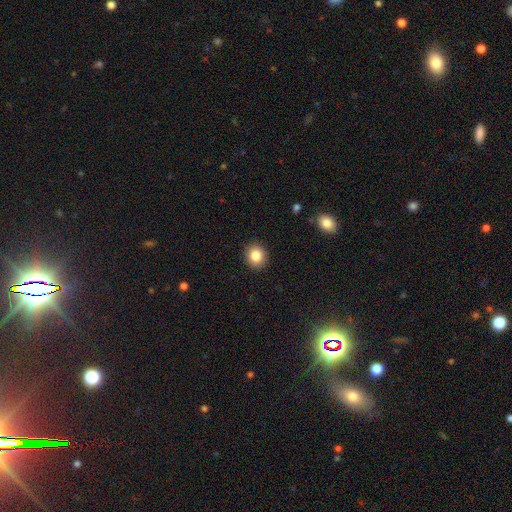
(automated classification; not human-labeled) A smooth galaxy with no disk features (85%) that is round (80%).

Vote fractions:
- Smooth or featured? smooth: 85% / star or artifact: 10% / featured or disk: 5%
- How rounded? round: 80% / in between: 19% / cigar-shaped: 1%
- Merging? none: 91% / minor disturbance: 6% / major disturbance: 2% / merger: 1%